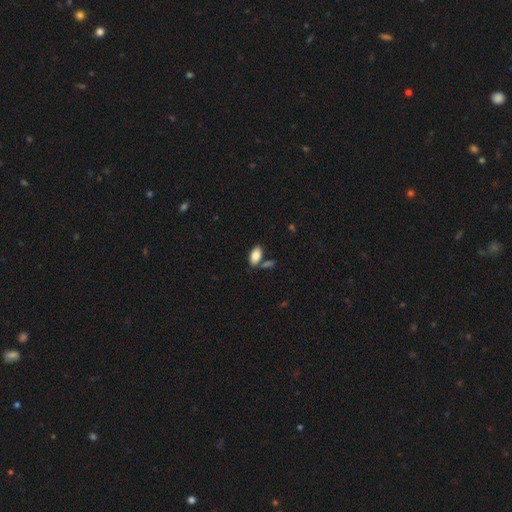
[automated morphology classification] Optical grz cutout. It shows a smooth galaxy with no disk features (85%) that is in between round and cigar-shaped (94%). Merging: none (70%).